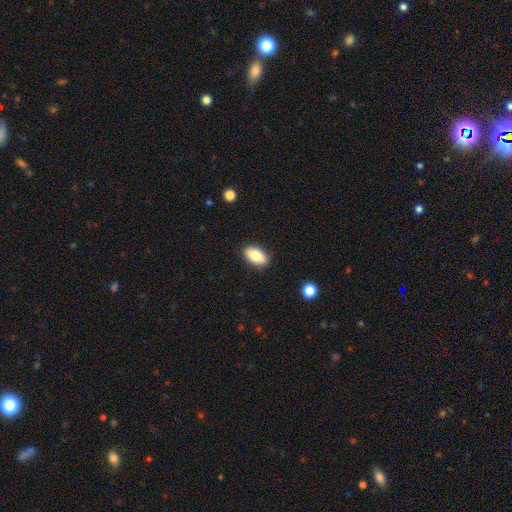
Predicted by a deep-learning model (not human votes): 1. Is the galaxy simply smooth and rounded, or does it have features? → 84% smooth, 8% featured or disk, 7% star or artifact.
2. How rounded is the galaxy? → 92% in between, 4% round, 4% cigar-shaped.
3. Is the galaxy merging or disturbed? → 88% none, 9% minor disturbance, 2% major disturbance, 1% merger.